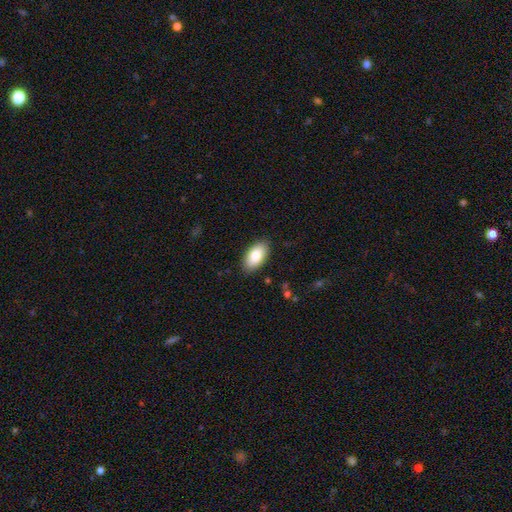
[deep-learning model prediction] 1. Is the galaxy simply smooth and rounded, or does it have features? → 84% smooth, 10% featured or disk, 6% star or artifact.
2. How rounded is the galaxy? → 95% in between, 3% round, 2% cigar-shaped.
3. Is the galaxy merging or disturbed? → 87% none, 10% minor disturbance, 2% major disturbance, 1% merger.